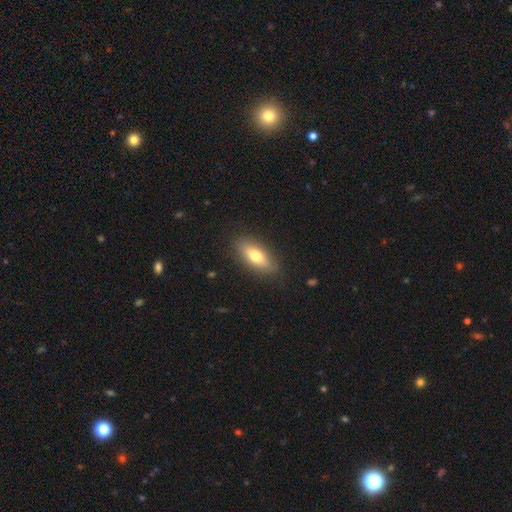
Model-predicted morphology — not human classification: Smooth or featured: smooth — 70% (featured or disk — 23%)
How rounded: in between — 73% (cigar-shaped — 24%)
Merging: none — 86% (minor disturbance — 10%)